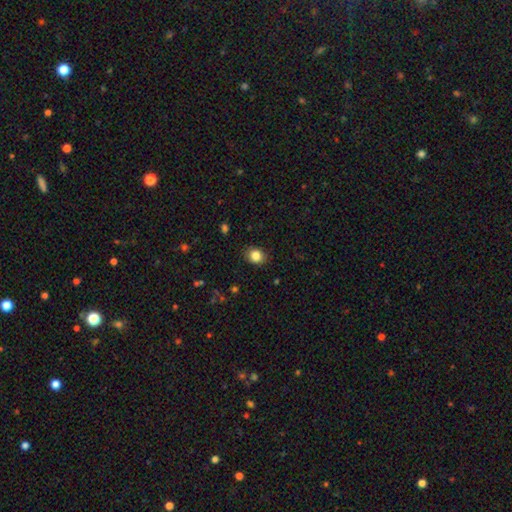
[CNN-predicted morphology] type=smooth (85%); roundness=round (67%); merging=none (87%).